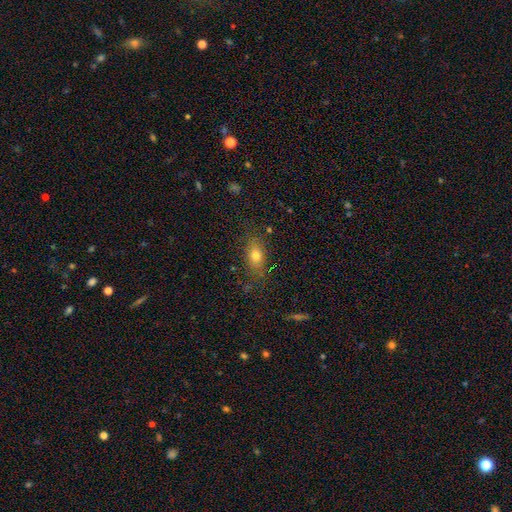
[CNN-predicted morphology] Overall: smooth (74%). How rounded: in between (75%). Merging: none (77%).